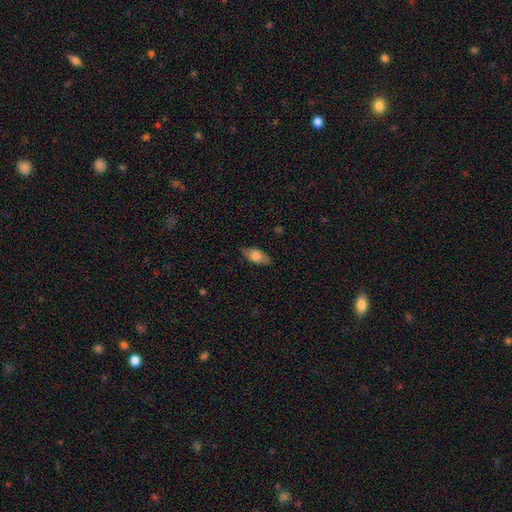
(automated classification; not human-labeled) Smooth or featured? smooth (71%)
How rounded? in between (83%)
Merging? none (82%)